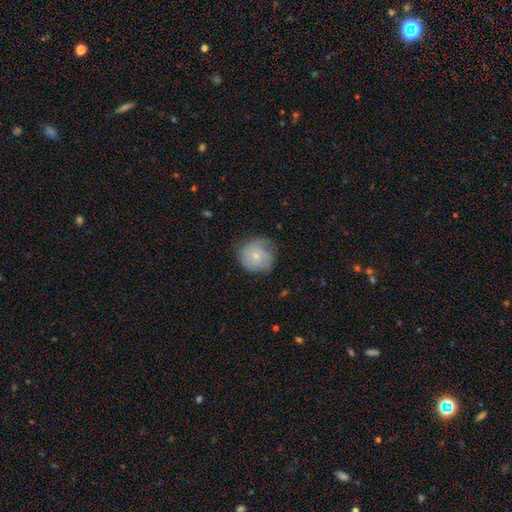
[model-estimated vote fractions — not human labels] Overall: smooth (66%; featured or disk 26%). How rounded: round (89%). Merging: none (61%; minor disturbance 28%).